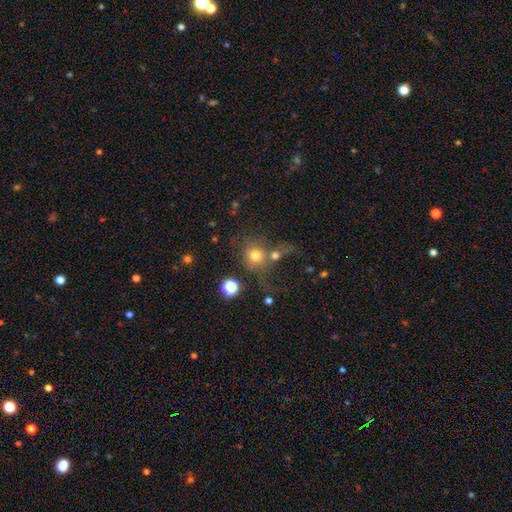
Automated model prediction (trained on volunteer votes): This appears to be a smooth galaxy with no disk features (71%) that is round (84%). Merging: none (43%).